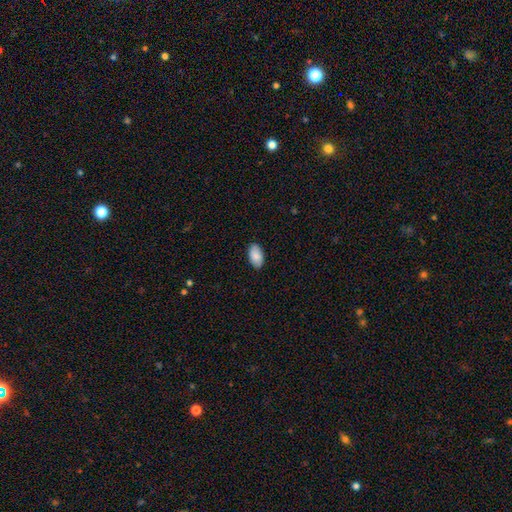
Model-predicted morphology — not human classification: type=smooth (87%); roundness=in between (95%); merging=none (88%).